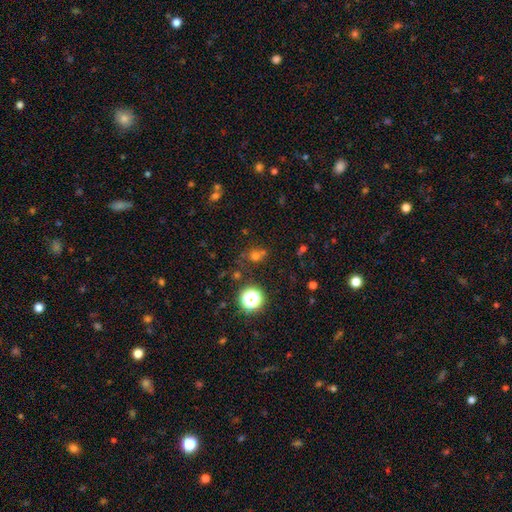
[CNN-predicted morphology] A smooth galaxy with no disk features (62%) that is round (86%).

Vote fractions:
- Smooth or featured? smooth: 62% / star or artifact: 29% / featured or disk: 9%
- How rounded? round: 86% / in between: 13% / cigar-shaped: 1%
- Merging? none: 62% / merger: 21% / minor disturbance: 11% / major disturbance: 5%